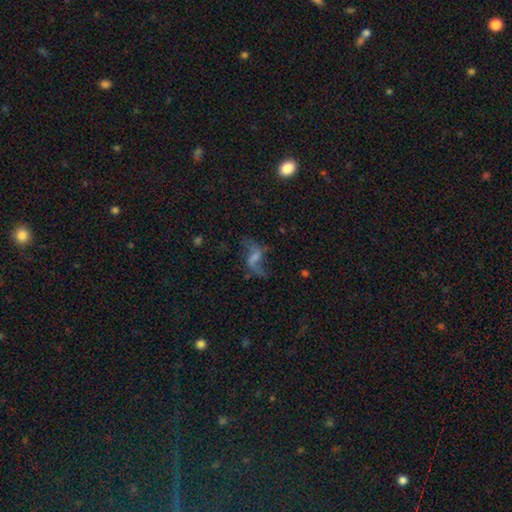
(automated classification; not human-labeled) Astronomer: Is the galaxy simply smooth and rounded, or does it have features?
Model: featured or disk — 65%.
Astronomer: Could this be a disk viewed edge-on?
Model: no — 93%.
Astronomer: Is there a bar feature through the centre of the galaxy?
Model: weak — 43% (runner-up: no, 34%).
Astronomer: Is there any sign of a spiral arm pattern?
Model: yes — 81%.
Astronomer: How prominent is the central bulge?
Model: small — 36% (runner-up: none, 35%).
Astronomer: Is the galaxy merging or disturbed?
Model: none — 55%.